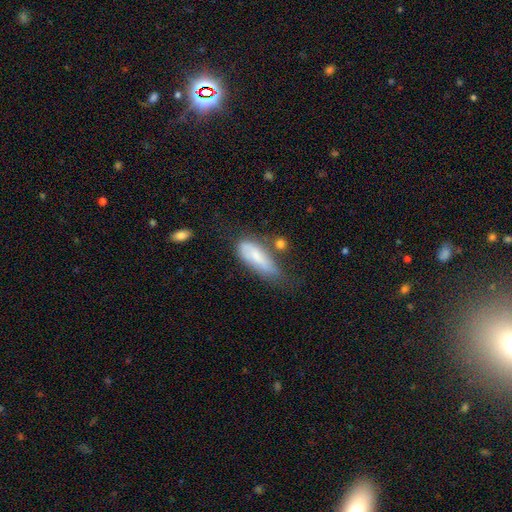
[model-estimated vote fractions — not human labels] Smooth or featured?
  - smooth: 67% *
  - featured or disk: 26%
  - star or artifact: 7%
How rounded?
  - in between: 65% *
  - cigar-shaped: 32%
  - round: 2%
Merging?
  - none: 35% *
  - minor disturbance: 34%
  - major disturbance: 20%
  - merger: 11%